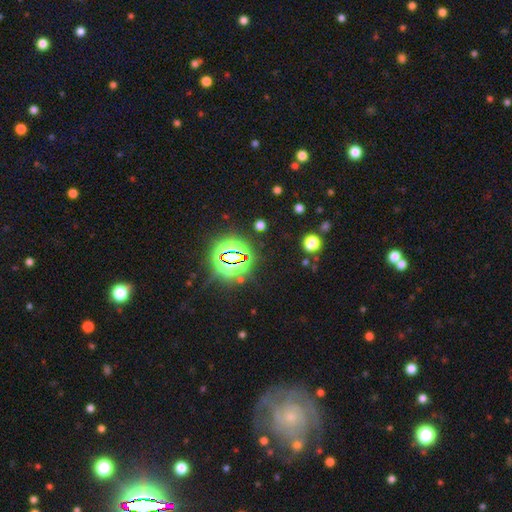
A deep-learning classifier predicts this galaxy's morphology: Smooth or featured?
  - star or artifact: 72% *
  - smooth: 15%
  - featured or disk: 13%